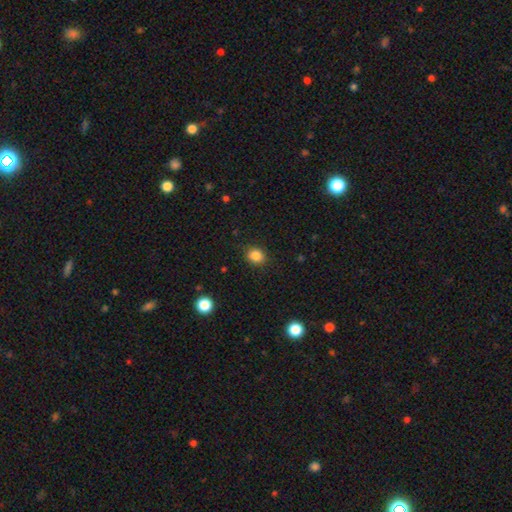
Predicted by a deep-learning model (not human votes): smooth_or_featured: smooth (p=0.85) [alt: star or artifact p=0.11]
how_rounded: round (p=0.71) [alt: in between p=0.29]
merging: none (p=0.88) [alt: minor disturbance p=0.08]